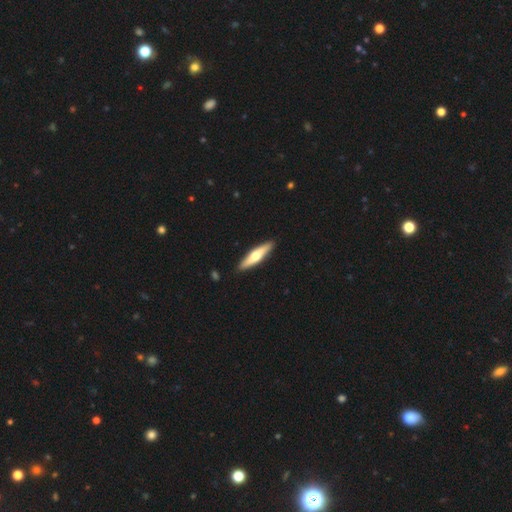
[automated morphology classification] Overall: featured or disk (51%; smooth 45%). Edge-on disk: yes (92%). Merging: none (91%).